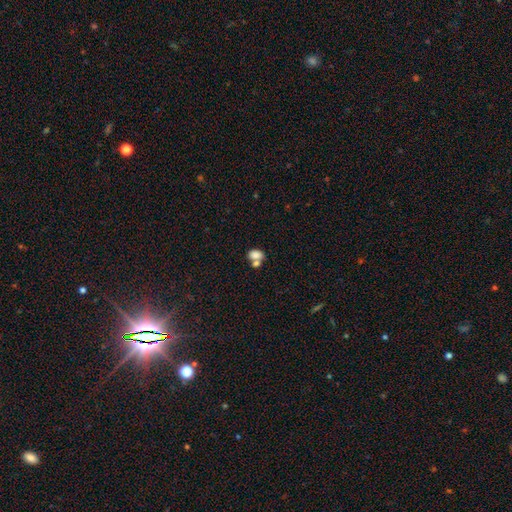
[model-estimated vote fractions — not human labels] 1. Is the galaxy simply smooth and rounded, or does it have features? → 80% smooth, 10% star or artifact, 9% featured or disk.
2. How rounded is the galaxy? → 81% in between, 18% round, 2% cigar-shaped.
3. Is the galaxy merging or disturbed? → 48% merger, 37% none, 10% minor disturbance, 5% major disturbance.